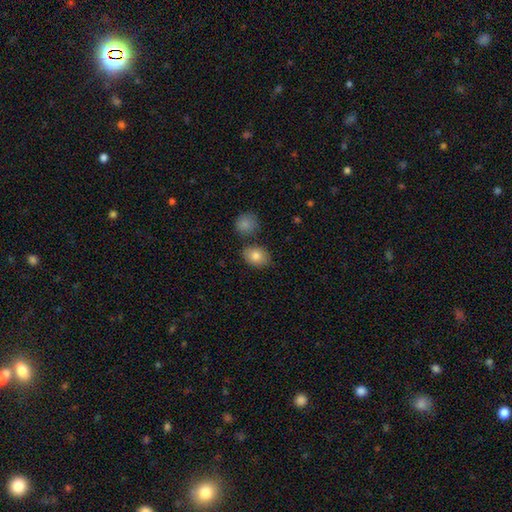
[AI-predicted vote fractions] smooth 83%, featured or disk 9%, star or artifact 8%. Down the decision tree: how rounded — in between (65%); merging — none (73%).